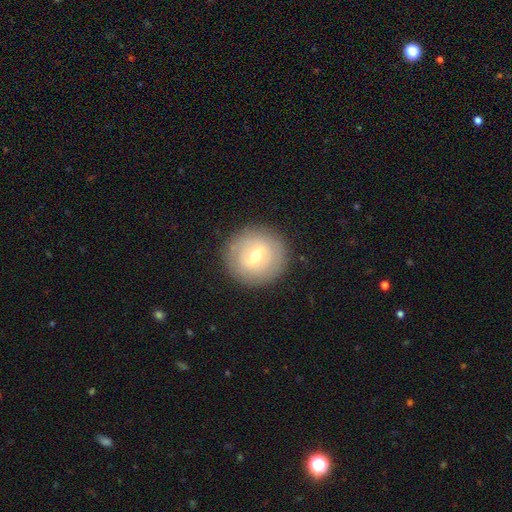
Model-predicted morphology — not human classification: A smooth galaxy with no disk features (53%) that is round (94%).

Vote fractions:
- Smooth or featured? smooth: 53% / featured or disk: 39% / star or artifact: 8%
- How rounded? round: 94% / in between: 5% / cigar-shaped: 1%
- Merging? none: 89% / minor disturbance: 7% / major disturbance: 3% / merger: 1%